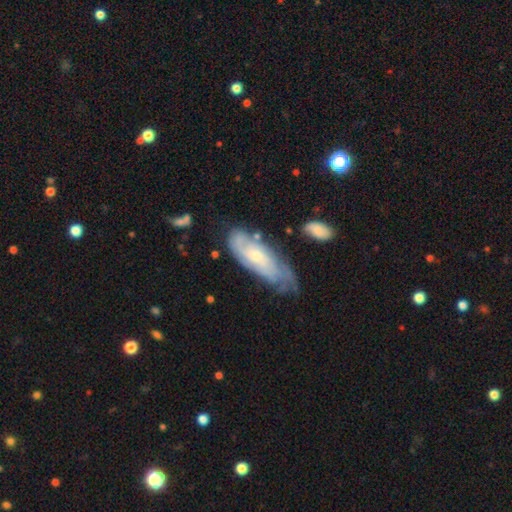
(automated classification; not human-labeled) Morphology: type=featured or disk (65%); edge-on=no (86%); bar=no (73%); spiral arms=yes (83%); bulge=small (62%); merging=none (50%).